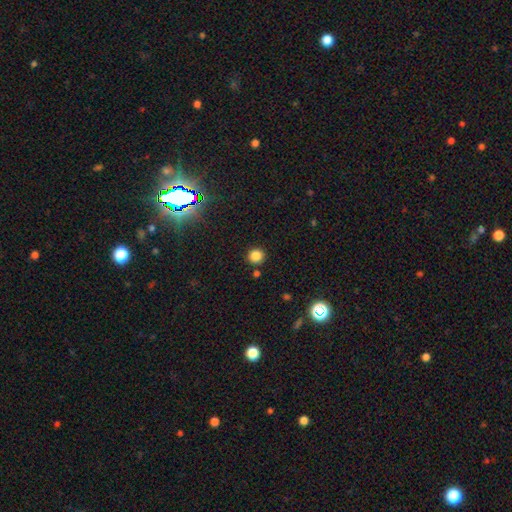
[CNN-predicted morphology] The model was most divided on "smooth or featured": smooth: 82%, star or artifact: 14%, featured or disk: 4%. More confident: how rounded — round (93%); merging — none (87%).